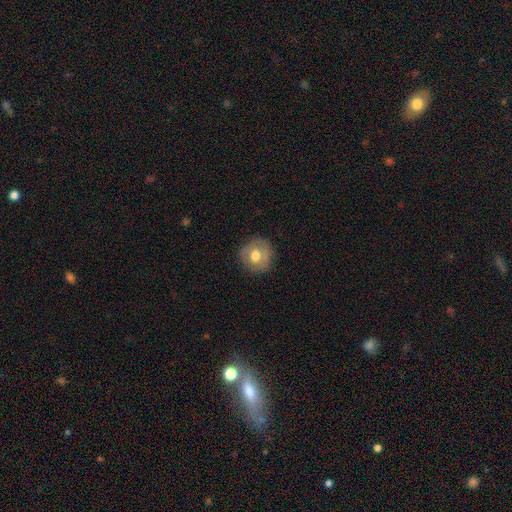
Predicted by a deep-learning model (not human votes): smooth 67%, featured or disk 25%, star or artifact 8%. Down the decision tree: how rounded — round (88%); merging — none (81%).